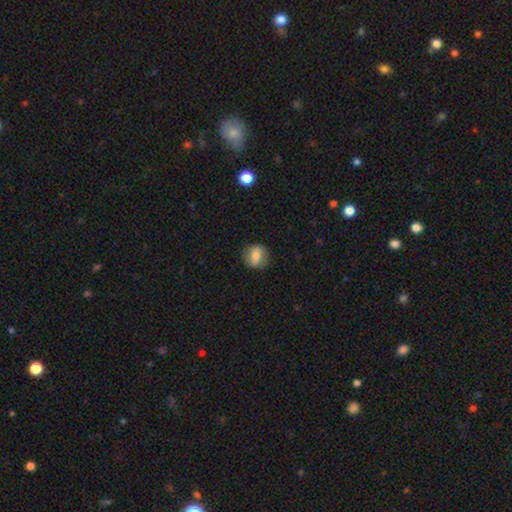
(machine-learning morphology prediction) A smooth galaxy with no disk features (67%) that is round (68%).

Vote fractions:
- Smooth or featured? smooth: 67% / featured or disk: 25% / star or artifact: 8%
- How rounded? round: 68% / in between: 30% / cigar-shaped: 2%
- Merging? none: 82% / minor disturbance: 13% / major disturbance: 4% / merger: 1%